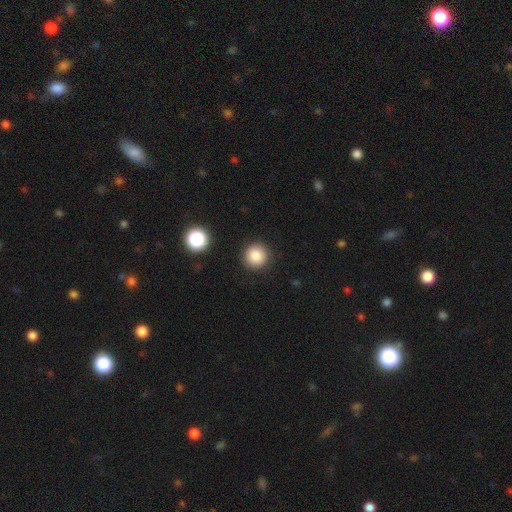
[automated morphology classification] Smooth or featured: smooth — 84% (star or artifact — 11%)
How rounded: round — 95% (in between — 4%)
Merging: none — 91% (minor disturbance — 5%)